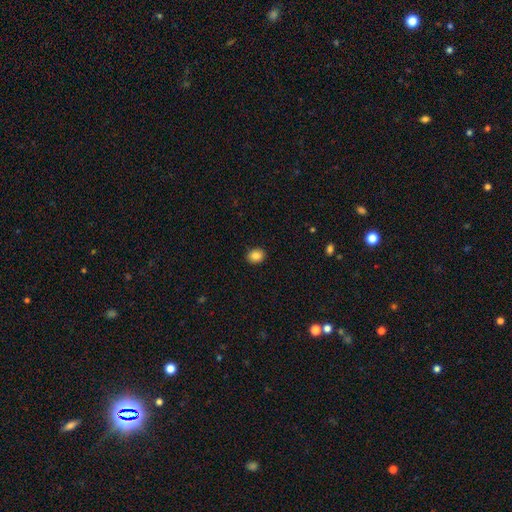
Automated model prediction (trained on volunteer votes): Morphology: type=smooth (86%); roundness=round (56%); merging=none (91%).